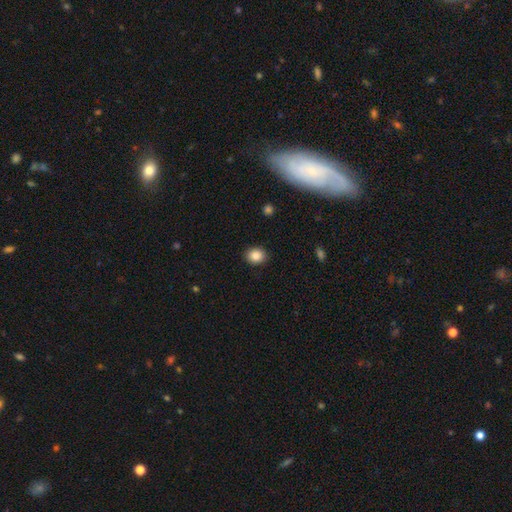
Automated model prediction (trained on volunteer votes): Overall: smooth (86%). How rounded: round (59%; in between 40%). Merging: none (89%).